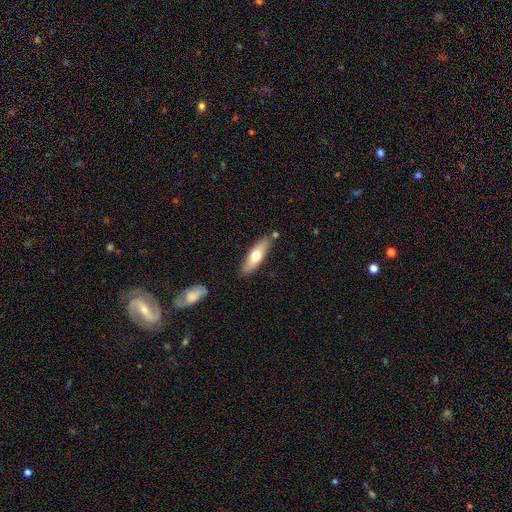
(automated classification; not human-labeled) A smooth galaxy with no disk features (65%) that is cigar-shaped (50%). Merging: none (81%).